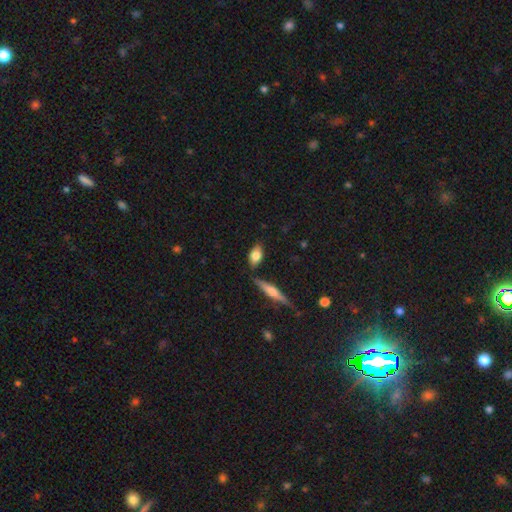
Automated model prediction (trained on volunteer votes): Q: Smooth or featured?
A: smooth (76%); runner-up: featured or disk (17%)
Q: How rounded?
A: in between (85%); runner-up: cigar-shaped (9%)
Q: Merging?
A: none (76%); runner-up: minor disturbance (14%)